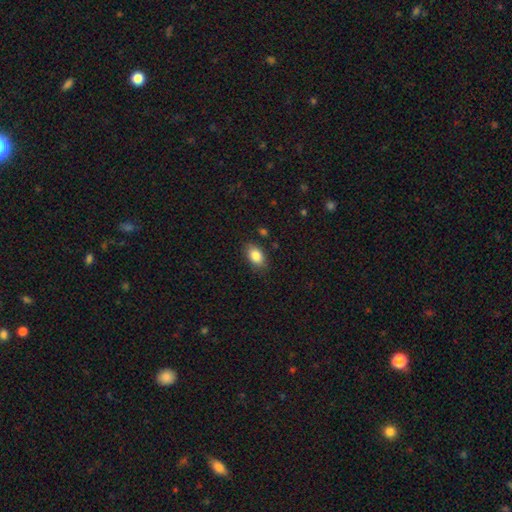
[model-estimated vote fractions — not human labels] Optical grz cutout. It shows a smooth galaxy with no disk features (86%) that is in between round and cigar-shaped (88%). Merging: none (84%).